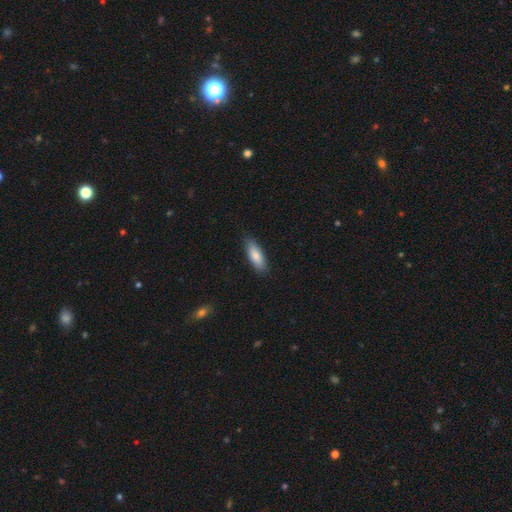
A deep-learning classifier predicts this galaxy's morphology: This appears to be a smooth galaxy with no disk features (82%) that is in between round and cigar-shaped (61%). Merging: none (85%).